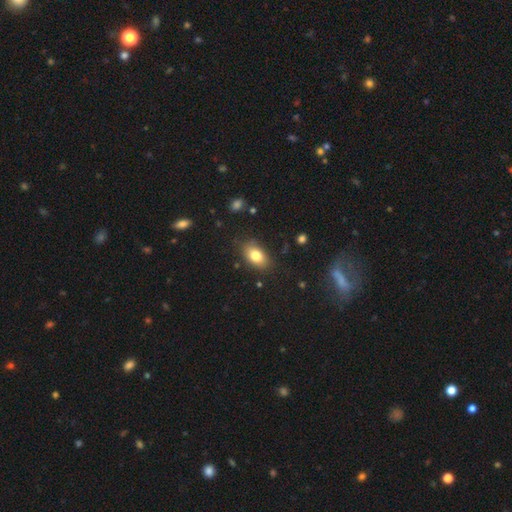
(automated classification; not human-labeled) A smooth galaxy with no disk features (80%) that is in between round and cigar-shaped (88%).

Vote fractions:
- Smooth or featured? smooth: 80% / featured or disk: 12% / star or artifact: 8%
- How rounded? in between: 88% / round: 10% / cigar-shaped: 2%
- Merging? none: 82% / minor disturbance: 13% / major disturbance: 3% / merger: 1%